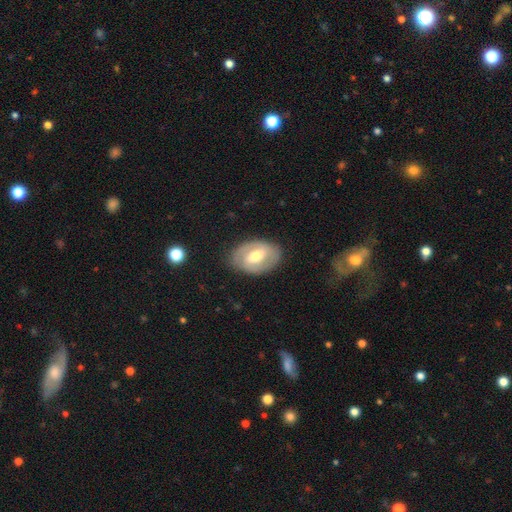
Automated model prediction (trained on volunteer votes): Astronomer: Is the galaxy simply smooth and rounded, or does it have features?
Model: featured or disk — 62%.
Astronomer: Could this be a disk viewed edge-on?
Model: no — 93%.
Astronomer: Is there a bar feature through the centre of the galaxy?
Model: weak — 44% (runner-up: strong, 35%).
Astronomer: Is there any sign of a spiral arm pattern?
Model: yes — 52% (runner-up: no, 48%).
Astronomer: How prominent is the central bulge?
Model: moderate — 69%.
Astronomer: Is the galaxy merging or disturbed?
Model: none — 80%.